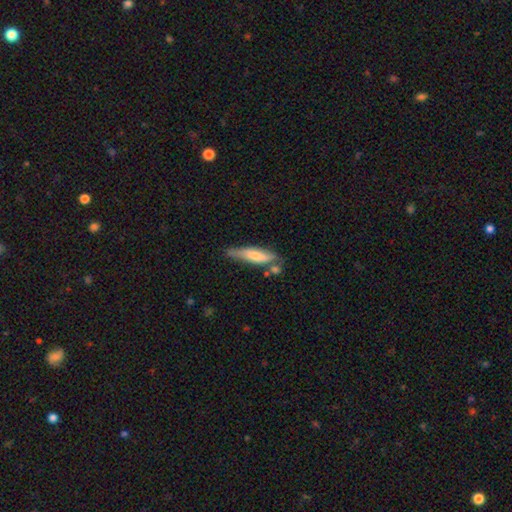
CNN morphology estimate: A smooth galaxy with no disk features (64%) that is cigar-shaped (73%).

Vote fractions:
- Smooth or featured? smooth: 64% / featured or disk: 30% / star or artifact: 6%
- How rounded? cigar-shaped: 73% / in between: 25% / round: 2%
- Merging? none: 58% / minor disturbance: 23% / merger: 14% / major disturbance: 6%